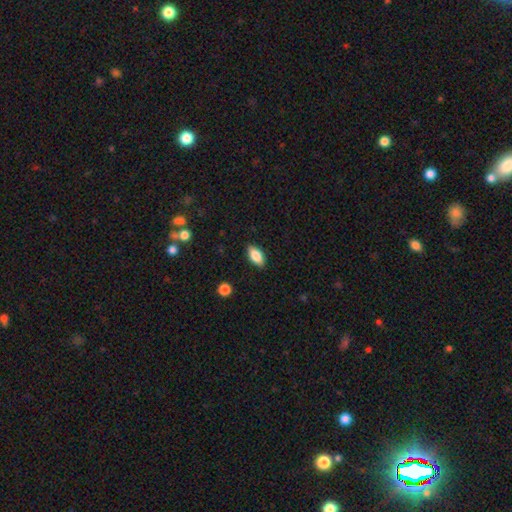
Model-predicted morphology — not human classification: This appears to be a smooth galaxy with no disk features (80%) that is in between round and cigar-shaped (88%). Merging: none (87%).